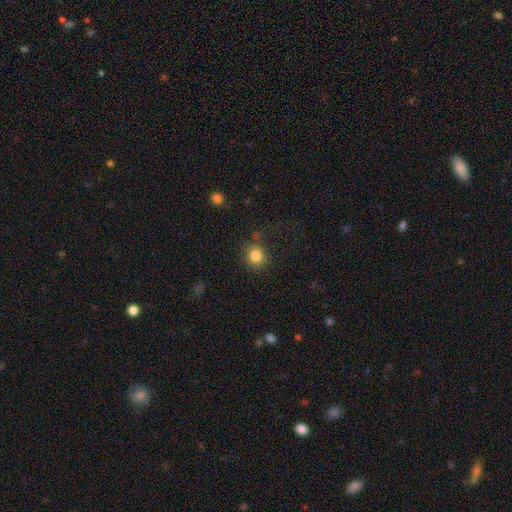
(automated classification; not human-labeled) The model was most divided on "merging": none: 82%, minor disturbance: 11%, major disturbance: 4%, merger: 3%. More confident: how rounded — round (86%); smooth or featured — smooth (83%).